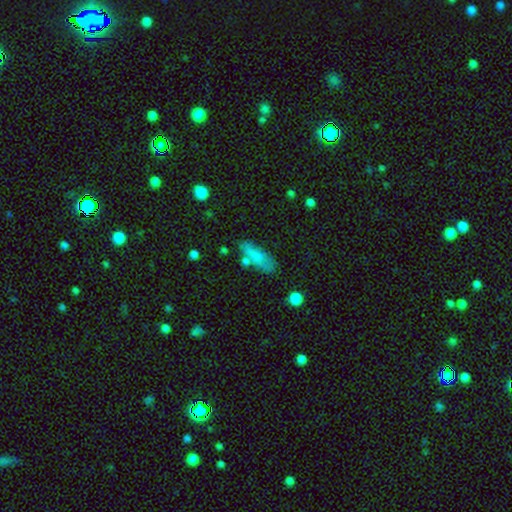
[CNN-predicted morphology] Smooth or featured? smooth (76%)
How rounded? in between (56%)
Merging? none (62%)